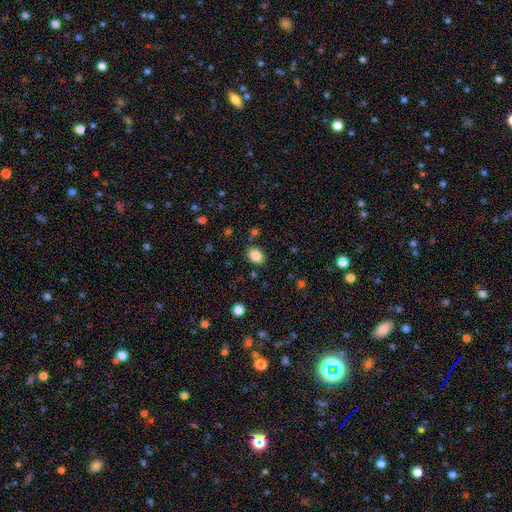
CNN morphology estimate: A smooth galaxy with no disk features (86%) that is in between round and cigar-shaped (69%).

Vote fractions:
- Smooth or featured? smooth: 86% / star or artifact: 9% / featured or disk: 5%
- How rounded? in between: 69% / round: 30% / cigar-shaped: 1%
- Merging? none: 83% / minor disturbance: 11% / major disturbance: 3% / merger: 3%